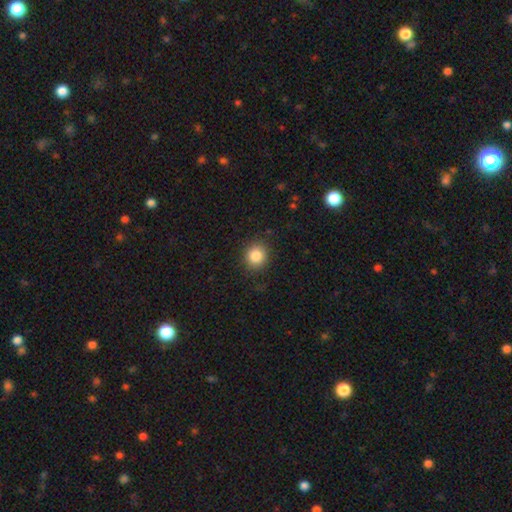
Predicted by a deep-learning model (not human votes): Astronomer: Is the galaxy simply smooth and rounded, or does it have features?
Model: smooth — 84%.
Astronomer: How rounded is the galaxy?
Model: round — 84%.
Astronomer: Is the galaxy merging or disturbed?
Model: none — 87%.